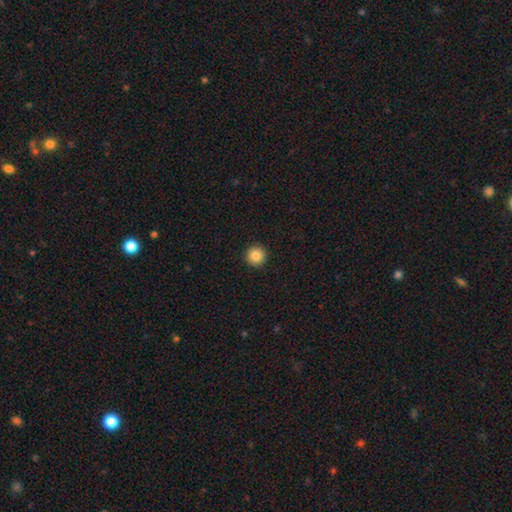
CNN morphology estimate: smooth_or_featured: smooth (p=0.85) [alt: star or artifact p=0.10]
how_rounded: round (p=0.96) [alt: in between p=0.03]
merging: none (p=0.94) [alt: minor disturbance p=0.04]